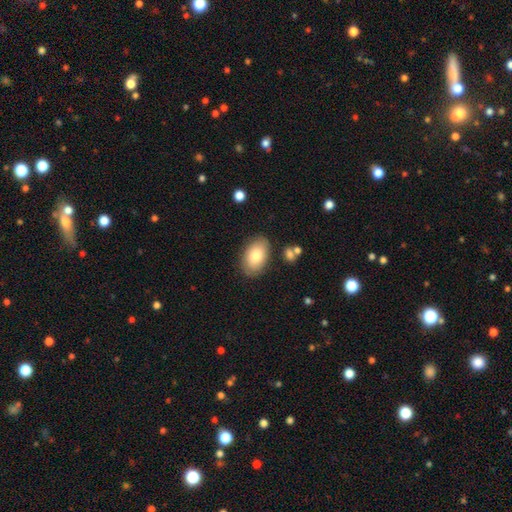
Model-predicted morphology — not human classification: Q: Smooth or featured?
A: smooth (82%); runner-up: featured or disk (12%)
Q: How rounded?
A: in between (93%); runner-up: round (6%)
Q: Merging?
A: none (82%); runner-up: minor disturbance (12%)